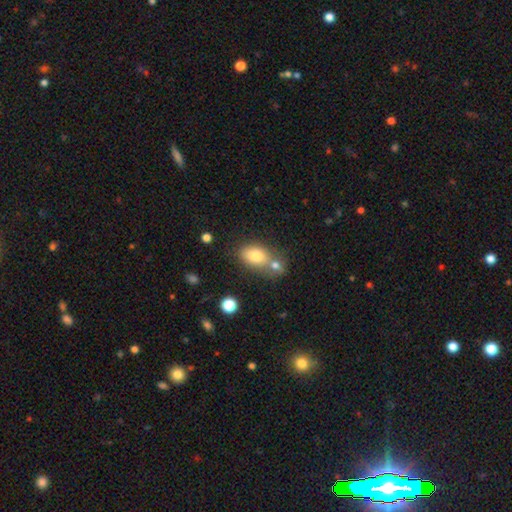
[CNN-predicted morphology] A smooth galaxy with no disk features (78%) that is in between round and cigar-shaped (82%).

Vote fractions:
- Smooth or featured? smooth: 78% / featured or disk: 13% / star or artifact: 9%
- How rounded? in between: 82% / round: 16% / cigar-shaped: 2%
- Merging? none: 42% / merger: 40% / minor disturbance: 13% / major disturbance: 5%